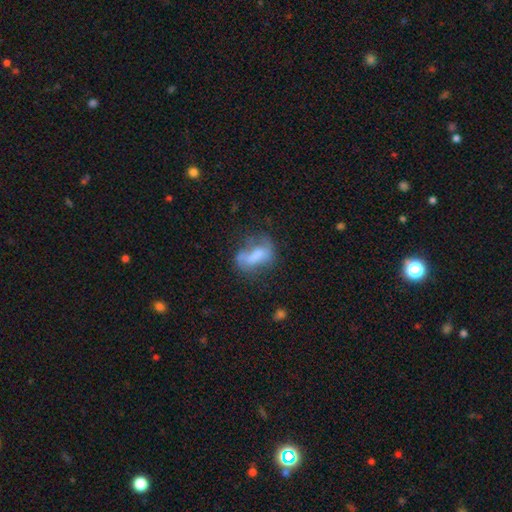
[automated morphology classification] A smooth galaxy with no disk features (52%) that is in between round and cigar-shaped (77%). Merging: none (37%).